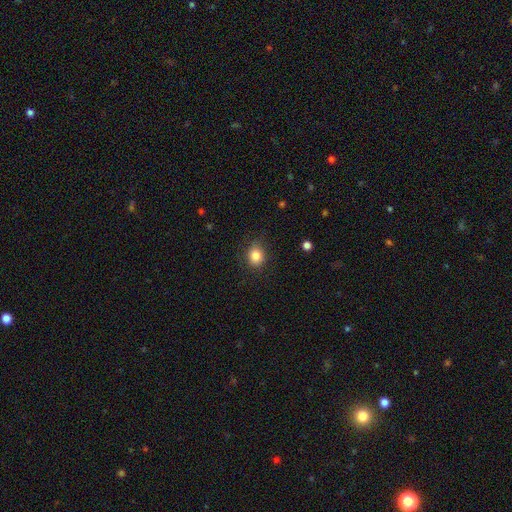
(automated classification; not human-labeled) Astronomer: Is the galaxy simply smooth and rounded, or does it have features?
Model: smooth — 84%.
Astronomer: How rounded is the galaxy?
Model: round — 63%.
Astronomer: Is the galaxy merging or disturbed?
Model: none — 82%.